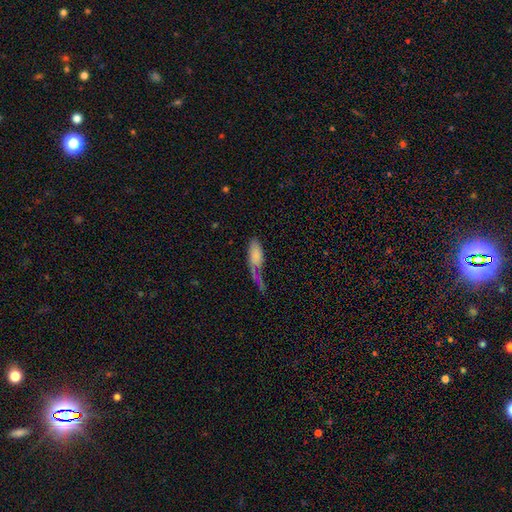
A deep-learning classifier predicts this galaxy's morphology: smooth 72%, featured or disk 20%, star or artifact 8%. Down the decision tree: how rounded — in between (76%); merging — major disturbance (37%).